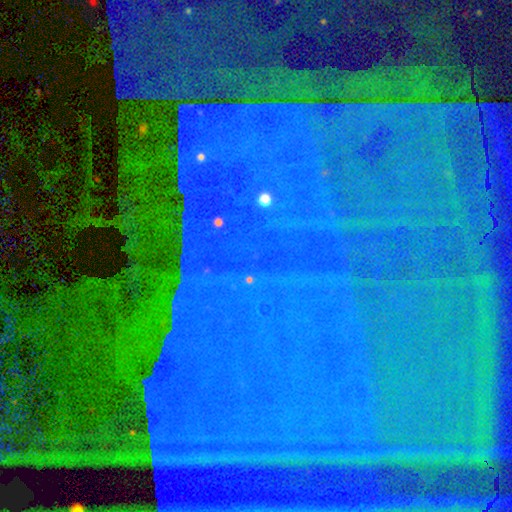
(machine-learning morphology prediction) Smooth or featured? Predicted: star or artifact (p=0.85).